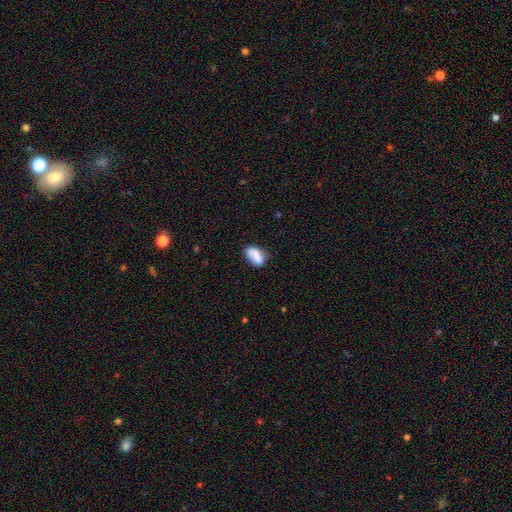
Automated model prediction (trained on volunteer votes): A smooth galaxy with no disk features (75%) that is in between round and cigar-shaped (88%). Merging: none (51%).